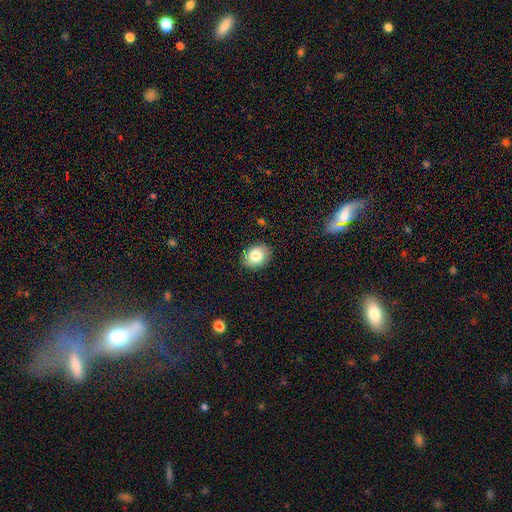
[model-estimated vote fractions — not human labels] smooth 80%, featured or disk 11%, star or artifact 9%. Down the decision tree: how rounded — in between (56%); merging — none (87%).